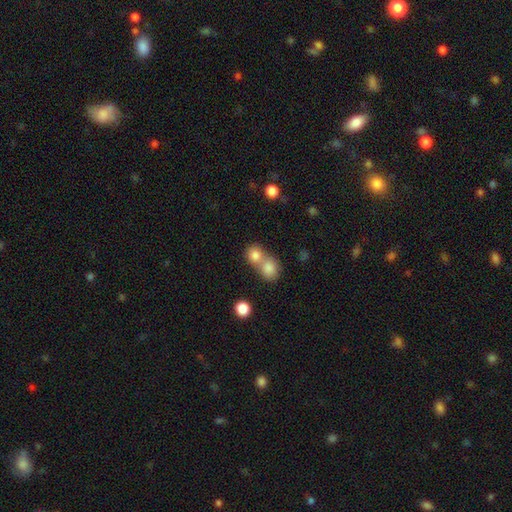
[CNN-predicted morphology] smooth 81%, star or artifact 10%, featured or disk 9%. Down the decision tree: how rounded — round (80%); merging — merger (58%).